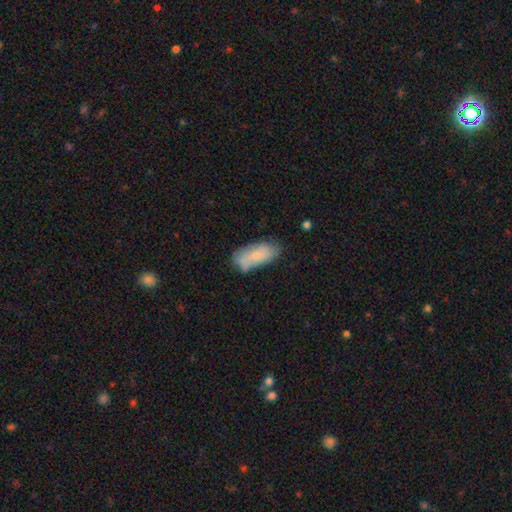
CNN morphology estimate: This appears to be a smooth galaxy with no disk features (68%) that is in between round and cigar-shaped (85%). Merging: none (60%).